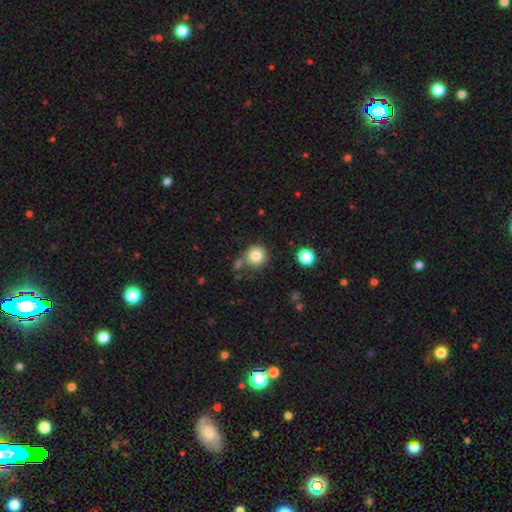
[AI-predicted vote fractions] smooth_or_featured: smooth (p=0.81) [alt: star or artifact p=0.11]
how_rounded: round (p=0.90) [alt: in between p=0.09]
merging: none (p=0.70) [alt: minor disturbance p=0.13]